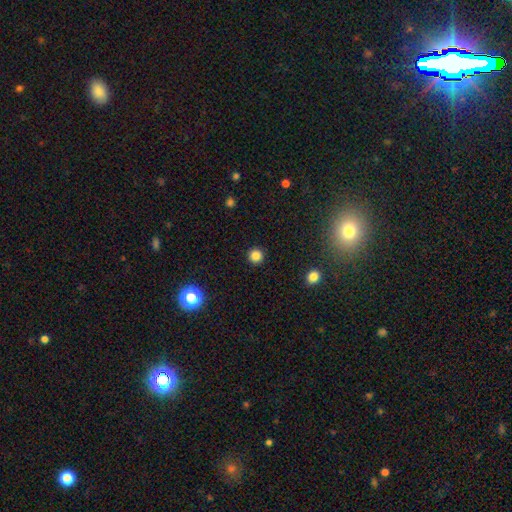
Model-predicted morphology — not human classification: Overall: smooth (83%). How rounded: round (95%). Merging: none (93%).